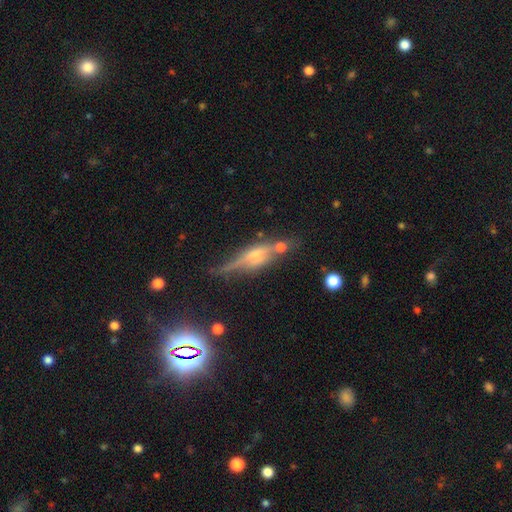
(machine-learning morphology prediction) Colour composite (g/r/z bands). It shows a featured or disk galaxy (67%) viewed edge-on (91%) with a rounded central bulge (77%). Merging: none (64%).